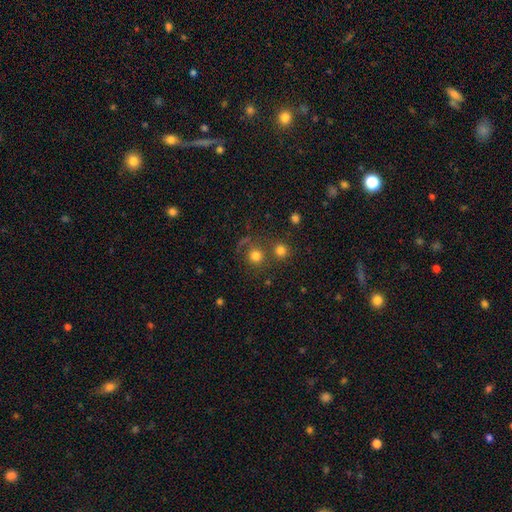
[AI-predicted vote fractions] A smooth galaxy with no disk features (75%) that is round (91%).

Vote fractions:
- Smooth or featured? smooth: 75% / star or artifact: 15% / featured or disk: 10%
- How rounded? round: 91% / in between: 8% / cigar-shaped: 1%
- Merging? none: 63% / merger: 21% / minor disturbance: 9% / major disturbance: 7%